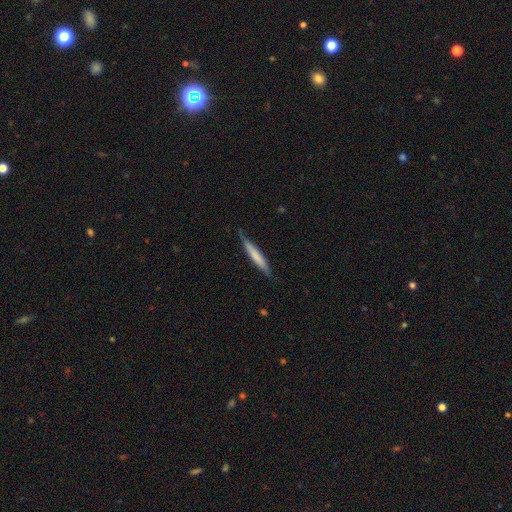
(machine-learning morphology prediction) Smooth or featured?
  - smooth: 63% *
  - featured or disk: 32%
  - star or artifact: 5%
How rounded?
  - cigar-shaped: 94% *
  - in between: 5%
  - round: 1%
Merging?
  - none: 77% *
  - minor disturbance: 19%
  - major disturbance: 3%
  - merger: 1%